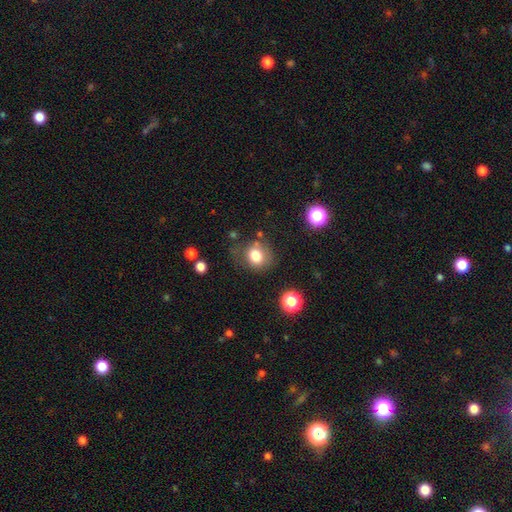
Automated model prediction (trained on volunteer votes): Smooth or featured? Predicted: smooth (p=0.78). How rounded? Predicted: round (p=0.74). Merging? Predicted: none (p=0.68).